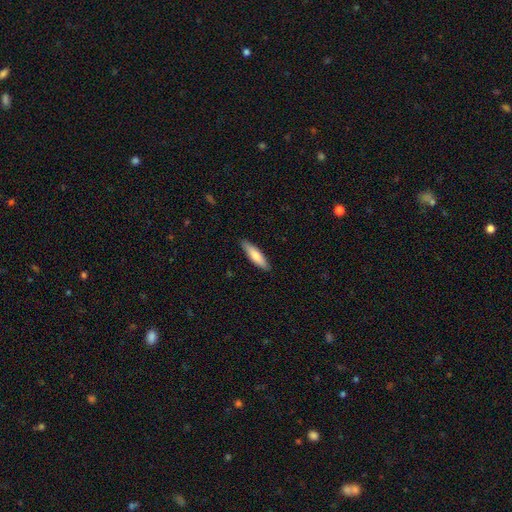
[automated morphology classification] Smooth or featured? Predicted: smooth (p=0.75). How rounded? Predicted: cigar-shaped (p=0.68). Merging? Predicted: none (p=0.88).